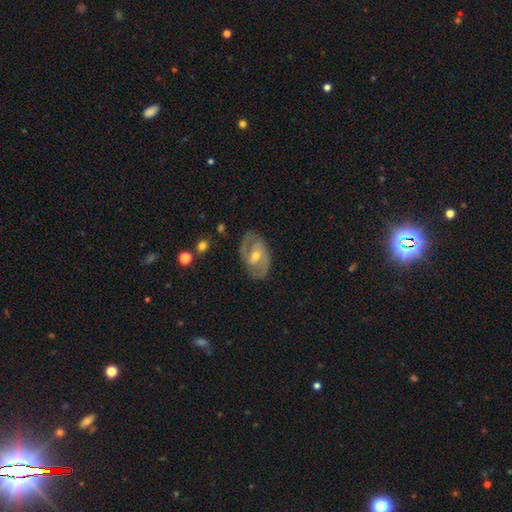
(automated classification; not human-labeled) A featured or disk galaxy (80%) with a weak bar (46%), 2 (85%) medium (49%) spiral arms (86%) and a moderate central bulge (56%).

Vote fractions:
- Smooth or featured? featured or disk: 80% / smooth: 15% / star or artifact: 6%
- Edge-on disk? no: 95% / yes: 5%
- Bar? weak: 46% / no: 31% / strong: 23%
- Spiral arms? yes: 86% / no: 14%
- Spiral winding? medium: 49% / tight: 34% / loose: 17%
- Spiral arm count? 2: 85% / can't tell: 9% / 3: 2% / 1: 2% / 4: 1% / more than 4: 1%
- Bulge size? moderate: 56% / small: 40% / large: 2% / none: 1% / dominant: 1%
- Merging? none: 80% / minor disturbance: 14% / major disturbance: 5% / merger: 1%